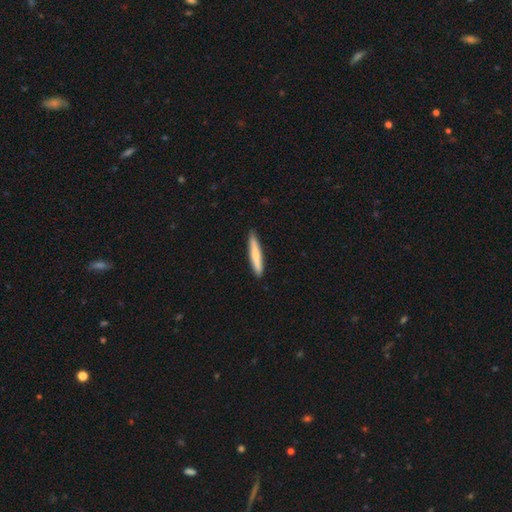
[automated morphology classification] Overall: smooth (75%). How rounded: cigar-shaped (94%). Merging: none (90%).